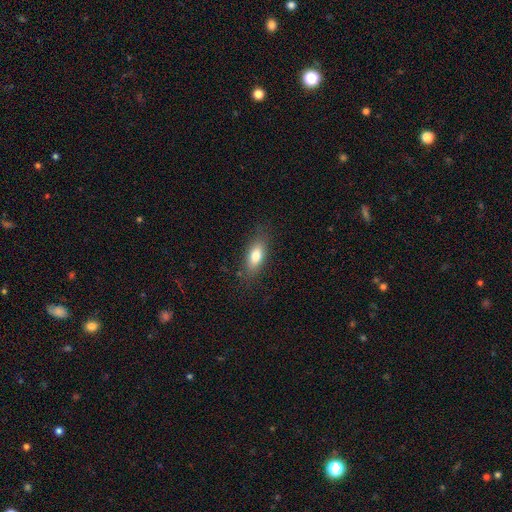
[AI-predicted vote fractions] Smooth or featured: smooth — 76% (featured or disk — 16%)
How rounded: in between — 76% (cigar-shaped — 20%)
Merging: none — 81% (minor disturbance — 14%)